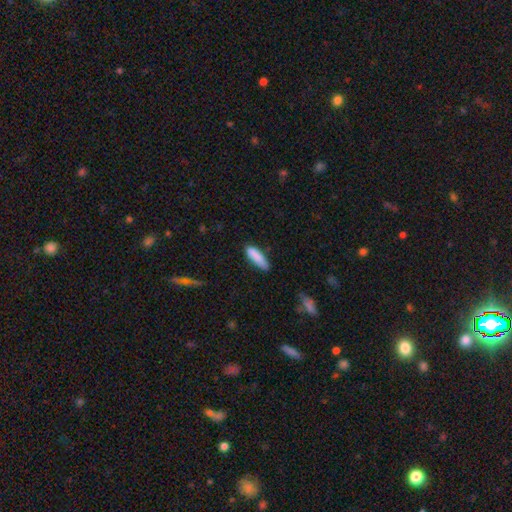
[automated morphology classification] Smooth or featured: smooth — 86% (featured or disk — 7%)
How rounded: cigar-shaped — 60% (in between — 38%)
Merging: none — 73% (minor disturbance — 21%)